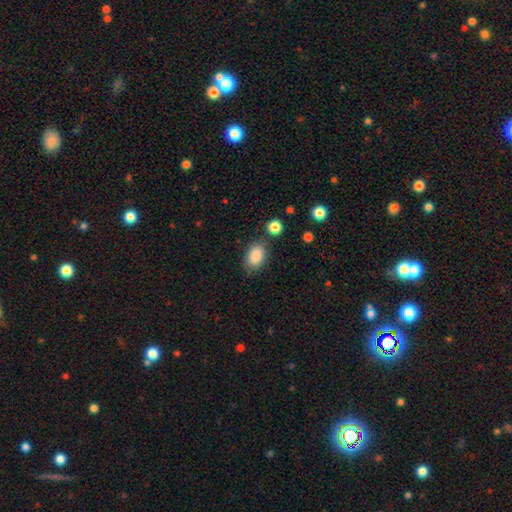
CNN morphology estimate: Q: Smooth or featured?
A: smooth (88%); runner-up: star or artifact (7%)
Q: How rounded?
A: in between (89%); runner-up: round (9%)
Q: Merging?
A: none (76%); runner-up: minor disturbance (15%)